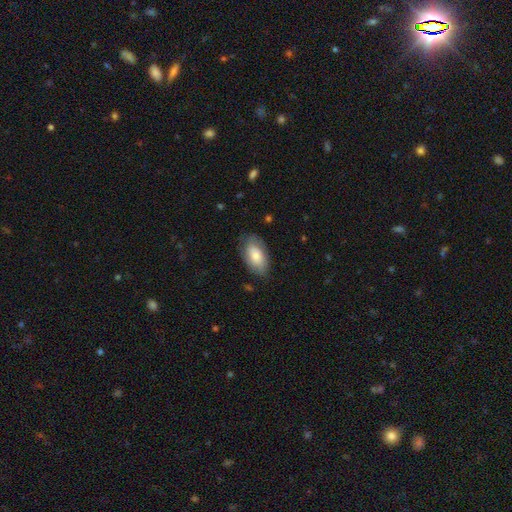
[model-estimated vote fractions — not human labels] The model was most divided on "merging": none: 74%, minor disturbance: 20%, major disturbance: 5%, merger: 1%. More confident: how rounded — in between (93%); smooth or featured — smooth (75%).